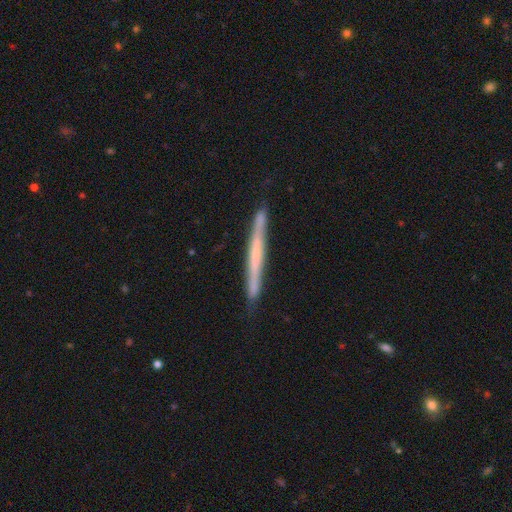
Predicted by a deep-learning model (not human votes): Smooth or featured? featured or disk (56%)
Edge-on disk? yes (96%)
Edge-on bulge? none (80%)
Merging? none (83%)